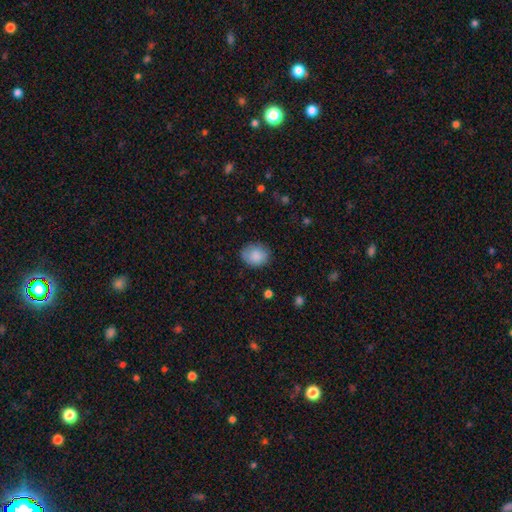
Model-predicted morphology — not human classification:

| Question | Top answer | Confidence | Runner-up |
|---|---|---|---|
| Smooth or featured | smooth | 86% | star or artifact (7%) |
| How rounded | in between | 50% | round (49%) |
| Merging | none | 77% | minor disturbance (17%) |